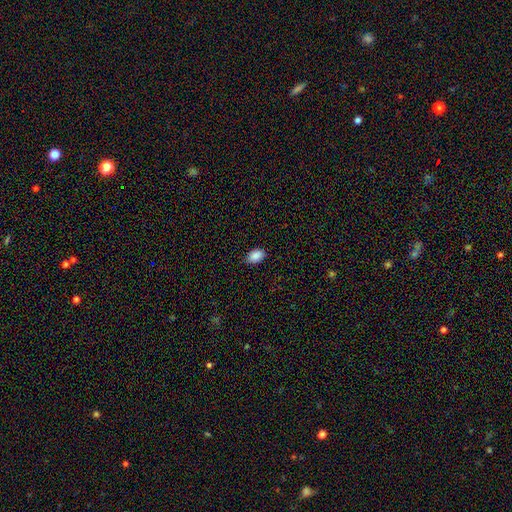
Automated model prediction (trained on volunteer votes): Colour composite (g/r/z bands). It shows a smooth galaxy with no disk features (89%) that is in between round and cigar-shaped (89%). Merging: none (81%).